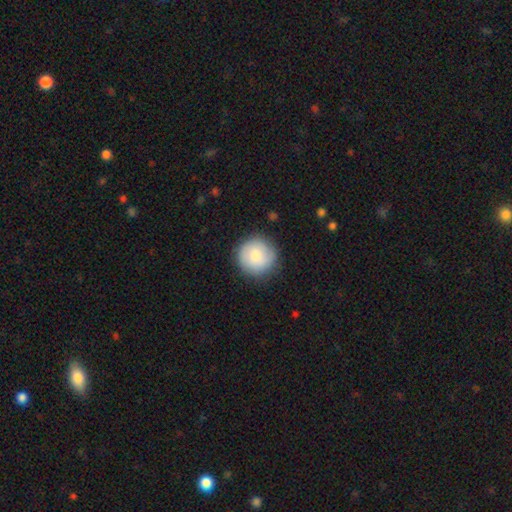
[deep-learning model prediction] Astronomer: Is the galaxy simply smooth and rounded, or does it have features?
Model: smooth — 78%.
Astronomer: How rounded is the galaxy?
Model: round — 95%.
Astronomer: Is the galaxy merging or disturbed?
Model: none — 86%.